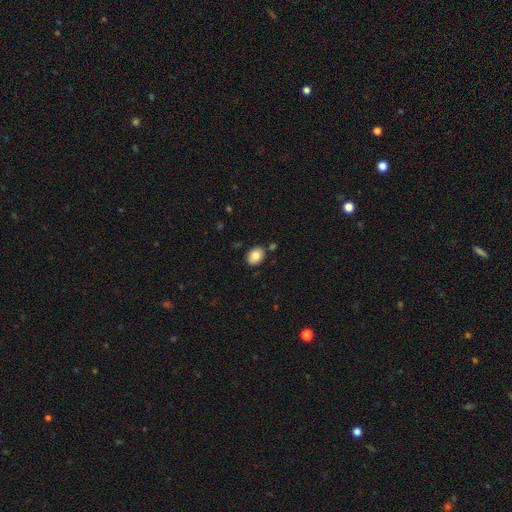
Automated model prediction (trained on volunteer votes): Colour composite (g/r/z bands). It shows a smooth galaxy with no disk features (83%) that is in between round and cigar-shaped (66%). Merging: none (84%).